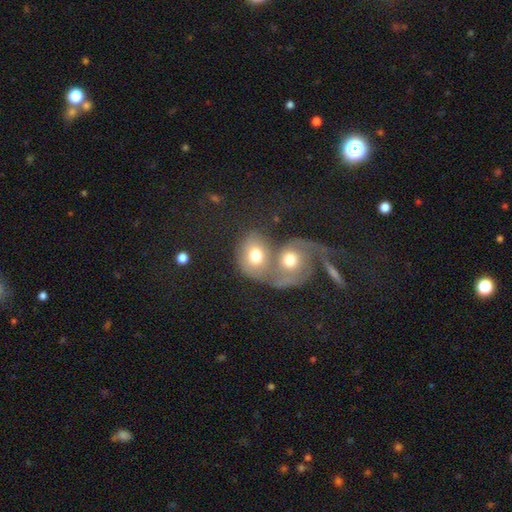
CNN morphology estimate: A smooth galaxy with no disk features (53%) that is round (51%). Merging: merger (72%).